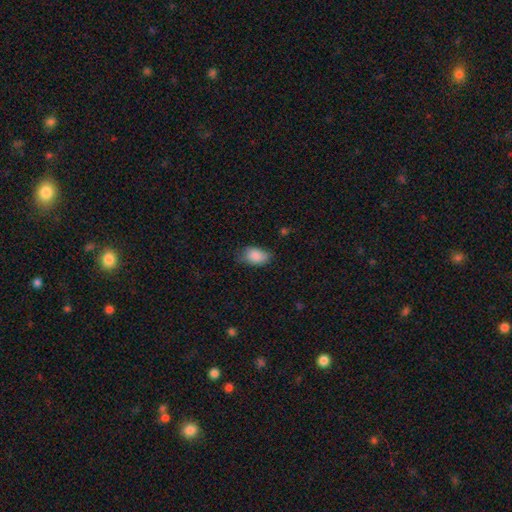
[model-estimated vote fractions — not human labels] A smooth galaxy with no disk features (88%) that is in between round and cigar-shaped (89%). Merging: none (64%).